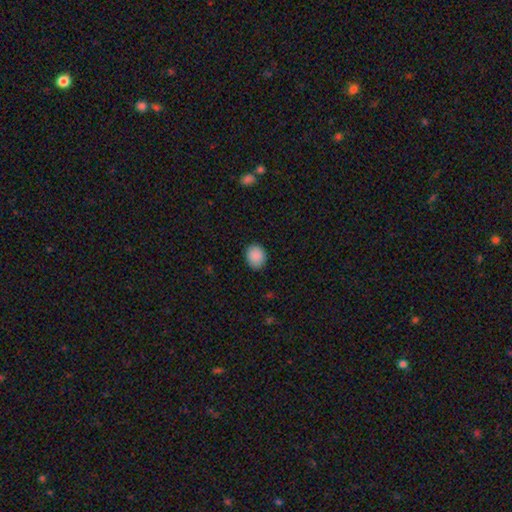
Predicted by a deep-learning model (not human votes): Smooth or featured?
  - smooth: 89% *
  - star or artifact: 8%
  - featured or disk: 3%
How rounded?
  - round: 58% *
  - in between: 42%
  - cigar-shaped: 1%
Merging?
  - none: 87% *
  - minor disturbance: 10%
  - major disturbance: 2%
  - merger: 1%